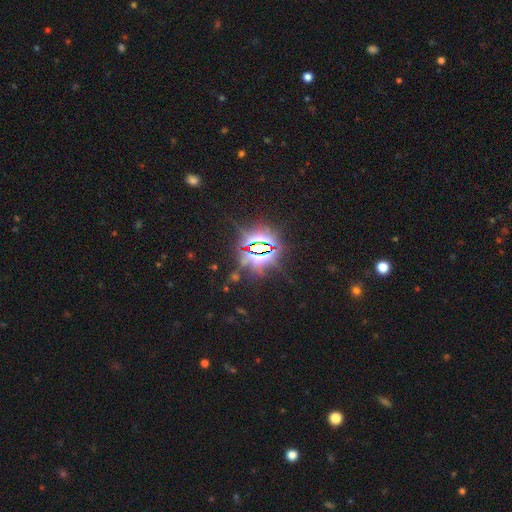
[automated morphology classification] type=star or artifact (85%).